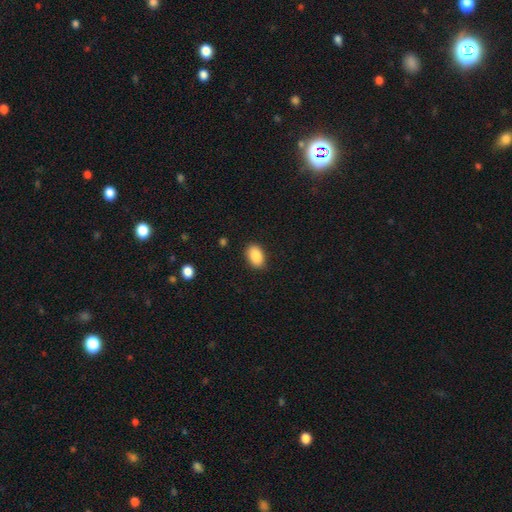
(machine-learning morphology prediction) Smooth or featured?
  - smooth: 89% *
  - star or artifact: 7%
  - featured or disk: 4%
How rounded?
  - in between: 90% *
  - round: 9%
  - cigar-shaped: 1%
Merging?
  - none: 86% *
  - minor disturbance: 10%
  - major disturbance: 2%
  - merger: 1%